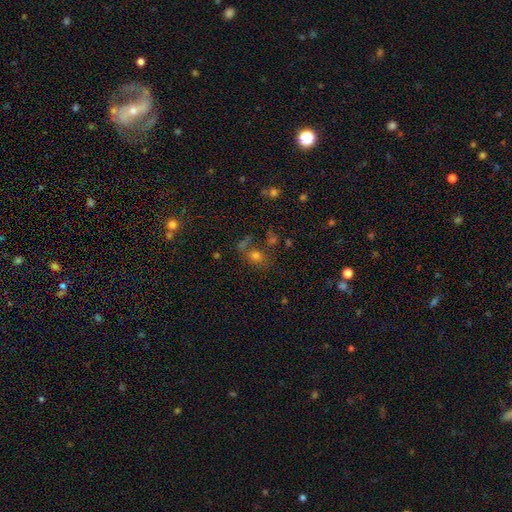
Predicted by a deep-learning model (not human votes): Q: Smooth or featured?
A: smooth (62%); runner-up: star or artifact (26%)
Q: How rounded?
A: round (56%); runner-up: in between (42%)
Q: Merging?
A: none (56%); runner-up: merger (21%)